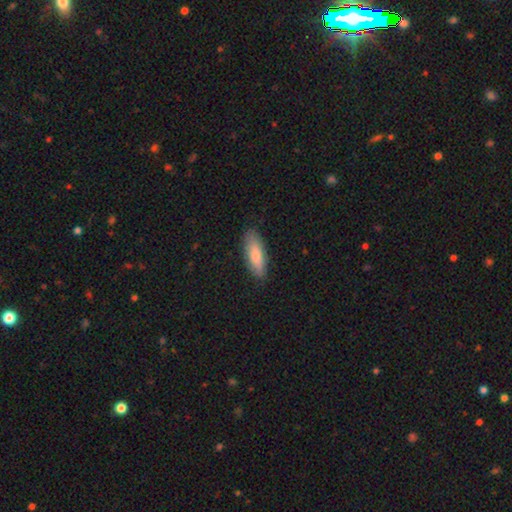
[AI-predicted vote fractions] This appears to be a smooth galaxy with no disk features (81%) that is in between round and cigar-shaped (59%). Merging: none (85%).